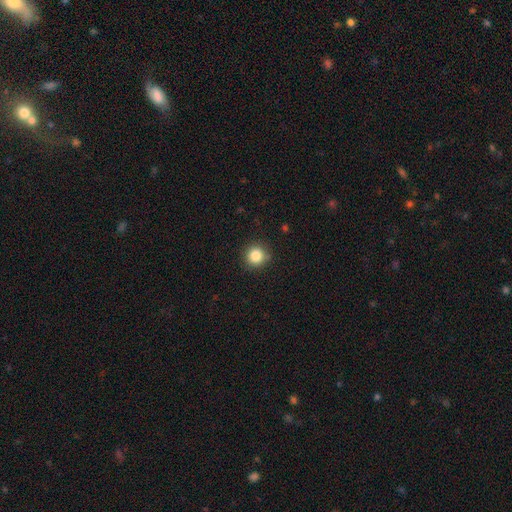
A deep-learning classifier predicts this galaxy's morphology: A smooth galaxy with no disk features (85%) that is round (93%).

Vote fractions:
- Smooth or featured? smooth: 85% / star or artifact: 11% / featured or disk: 5%
- How rounded? round: 93% / in between: 6% / cigar-shaped: 1%
- Merging? none: 87% / minor disturbance: 9% / major disturbance: 2% / merger: 1%